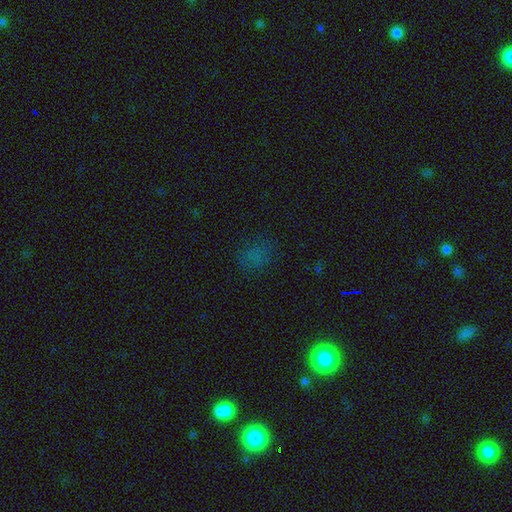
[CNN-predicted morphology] A smooth galaxy with no disk features (58%) that is round (50%). Merging: none (71%).